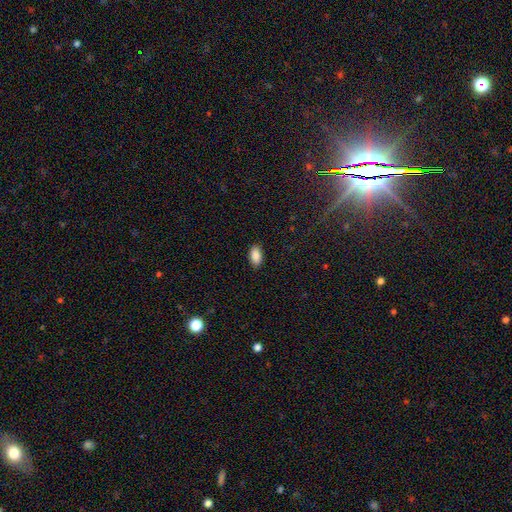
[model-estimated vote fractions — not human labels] smooth-or-featured: smooth: 89% | star or artifact: 8% | featured or disk: 4%
  how-rounded: in between: 93% | cigar-shaped: 4% | round: 3%
  merging: none: 88% | minor disturbance: 9% | major disturbance: 2% | merger: 1%